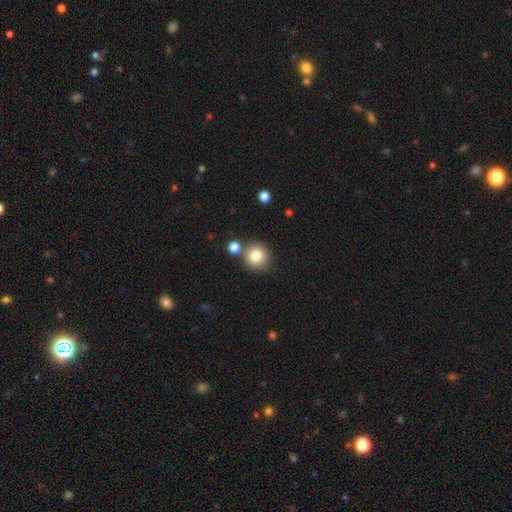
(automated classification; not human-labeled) Overall: smooth (82%). How rounded: round (92%). Merging: none (75%).